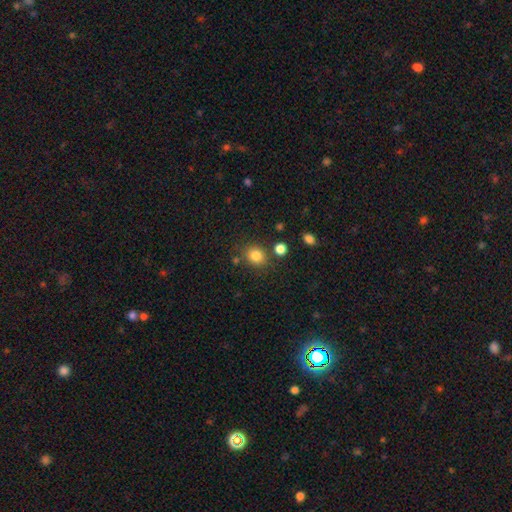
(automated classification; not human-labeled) Q: Smooth or featured?
A: smooth (82%); runner-up: star or artifact (12%)
Q: How rounded?
A: round (70%); runner-up: in between (29%)
Q: Merging?
A: none (78%); runner-up: minor disturbance (11%)